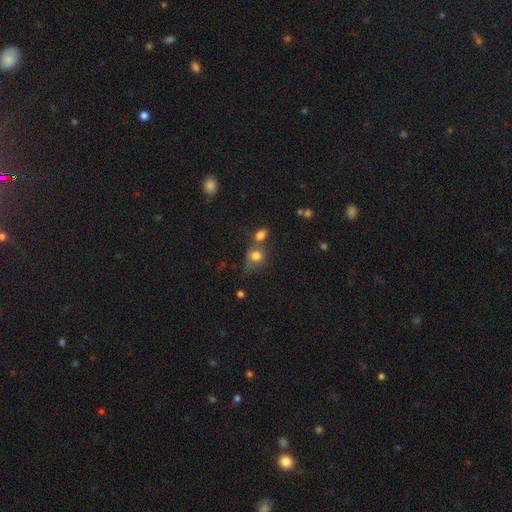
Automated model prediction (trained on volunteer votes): smooth-or-featured: smooth: 77% | star or artifact: 12% | featured or disk: 11%
  how-rounded: round: 65% | in between: 33% | cigar-shaped: 1%
  merging: none: 39% | merger: 33% | minor disturbance: 18% | major disturbance: 10%